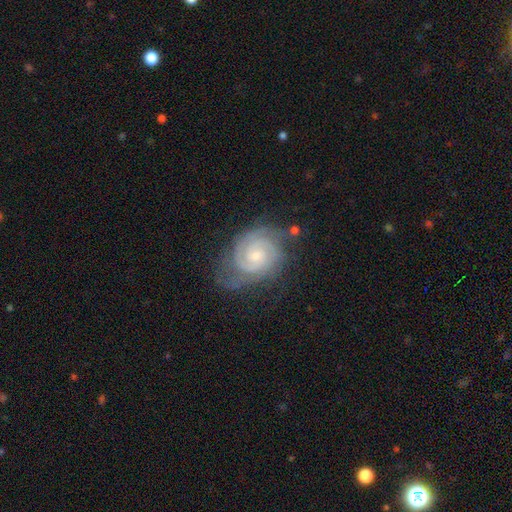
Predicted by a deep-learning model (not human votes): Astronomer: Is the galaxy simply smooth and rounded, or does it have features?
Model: featured or disk — 89%.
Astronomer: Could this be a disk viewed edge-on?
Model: no — 98%.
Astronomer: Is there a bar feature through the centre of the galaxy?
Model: no — 63%.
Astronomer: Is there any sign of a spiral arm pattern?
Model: yes — 98%.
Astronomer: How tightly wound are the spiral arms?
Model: tight — 76%.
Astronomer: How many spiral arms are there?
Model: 2 — 62%.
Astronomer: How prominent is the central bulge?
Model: small — 59% (runner-up: moderate, 36%).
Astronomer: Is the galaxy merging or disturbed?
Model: none — 71%.